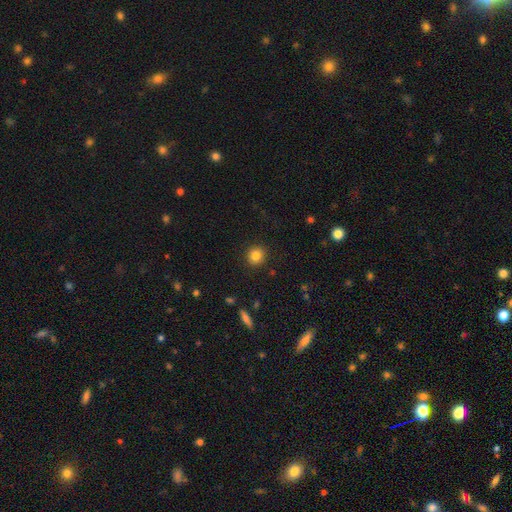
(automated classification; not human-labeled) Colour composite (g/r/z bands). It shows a smooth galaxy with no disk features (84%) that is round (85%). Merging: none (90%).